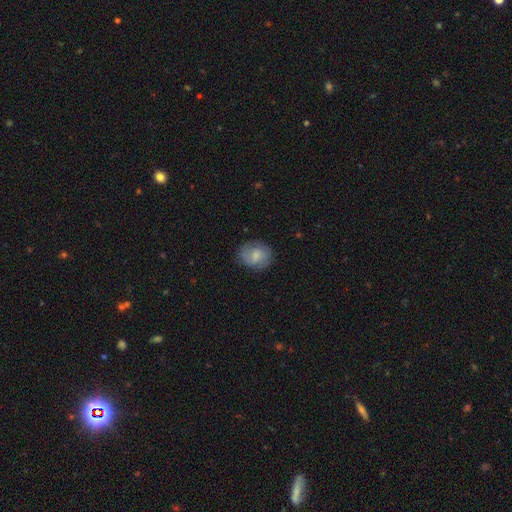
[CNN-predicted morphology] smooth 68%, featured or disk 25%, star or artifact 7%. Down the decision tree: how rounded — round (59%); merging — none (75%).